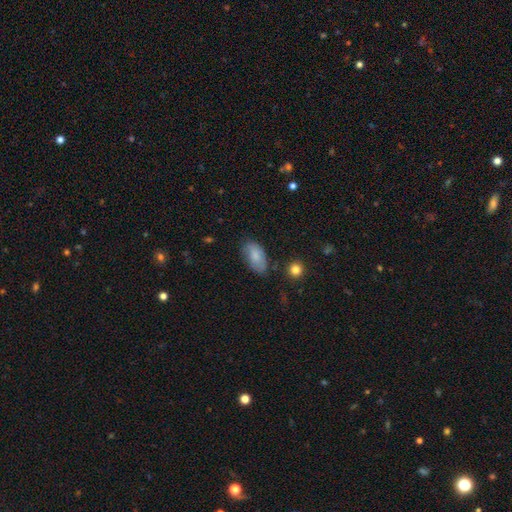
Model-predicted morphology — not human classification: smooth-or-featured: smooth: 77% | featured or disk: 16% | star or artifact: 7%
  how-rounded: in between: 93% | round: 4% | cigar-shaped: 2%
  merging: none: 68% | minor disturbance: 24% | major disturbance: 6% | merger: 2%